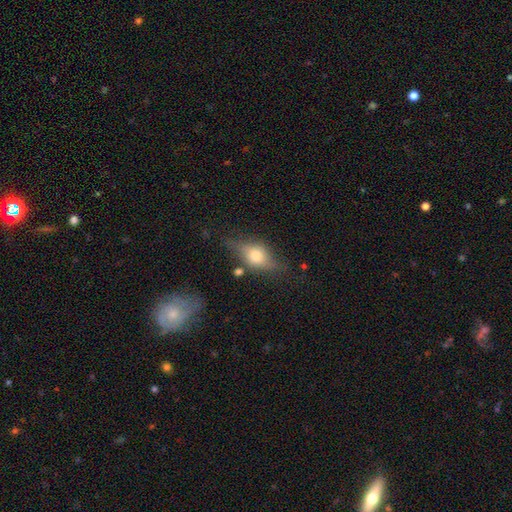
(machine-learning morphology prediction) smooth-or-featured: smooth: 53% | featured or disk: 38% | star or artifact: 9%
  how-rounded: in between: 72% | round: 17% | cigar-shaped: 11%
  merging: none: 63% | minor disturbance: 23% | major disturbance: 9% | merger: 4%